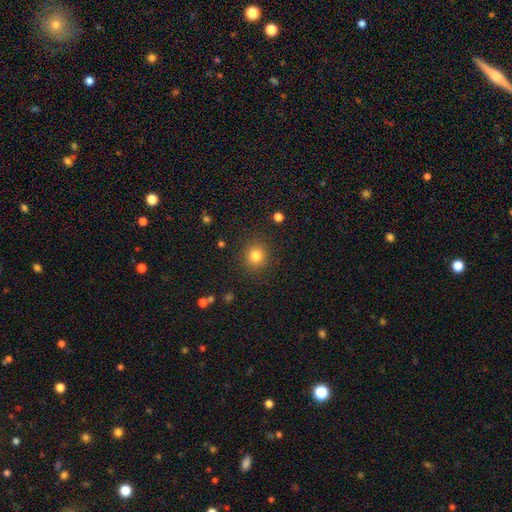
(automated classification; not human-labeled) Morphology: type=smooth (82%); roundness=round (90%); merging=none (89%).